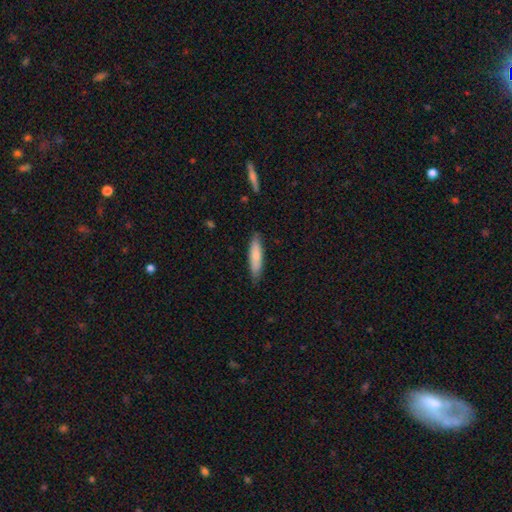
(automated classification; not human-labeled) A smooth galaxy with no disk features (78%) that is cigar-shaped (77%). Merging: none (84%).